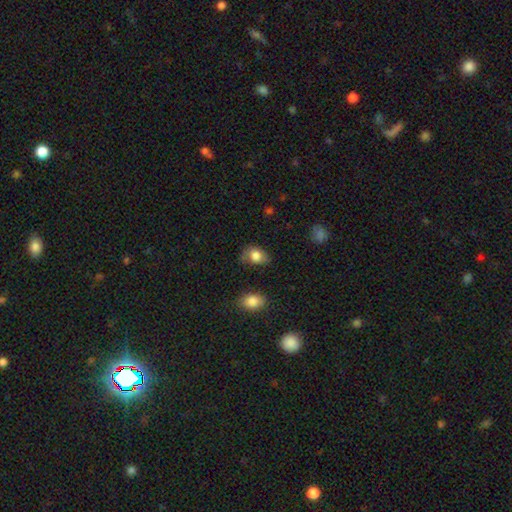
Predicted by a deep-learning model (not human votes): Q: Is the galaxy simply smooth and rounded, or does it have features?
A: smooth — 80%.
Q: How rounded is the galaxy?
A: in between — 69%.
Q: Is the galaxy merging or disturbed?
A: none — 57%.